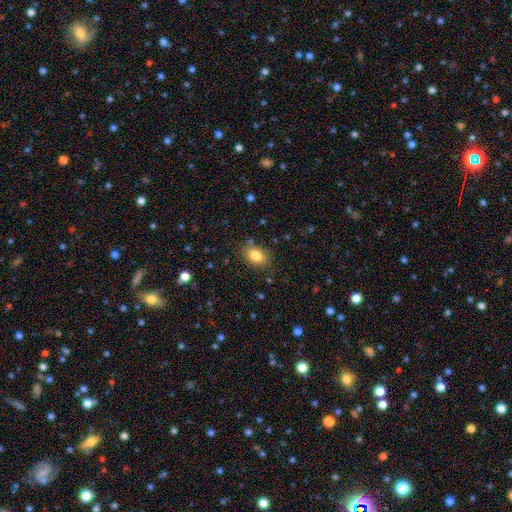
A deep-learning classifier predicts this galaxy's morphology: A smooth galaxy with no disk features (83%) that is in between round and cigar-shaped (83%).

Vote fractions:
- Smooth or featured? smooth: 83% / star or artifact: 8% / featured or disk: 8%
- How rounded? in between: 83% / round: 16% / cigar-shaped: 1%
- Merging? none: 81% / minor disturbance: 13% / major disturbance: 3% / merger: 3%